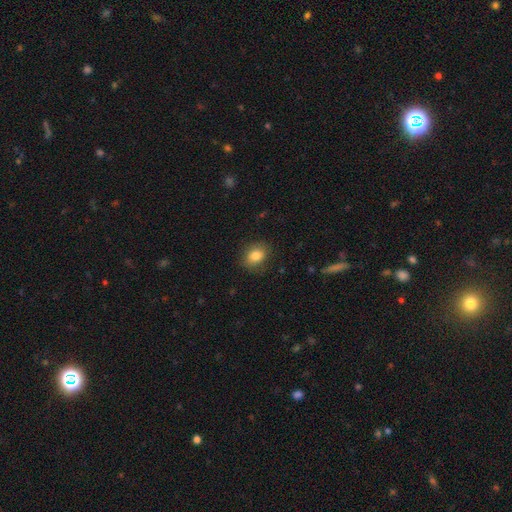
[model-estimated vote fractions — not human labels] Smooth or featured? smooth (82%)
How rounded? in between (53%)
Merging? none (83%)